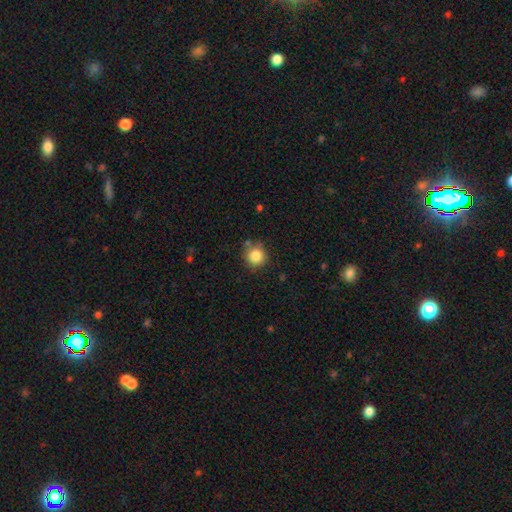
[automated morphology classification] Smooth or featured: smooth — 85% (star or artifact — 10%)
How rounded: round — 93% (in between — 6%)
Merging: none — 79% (minor disturbance — 12%)